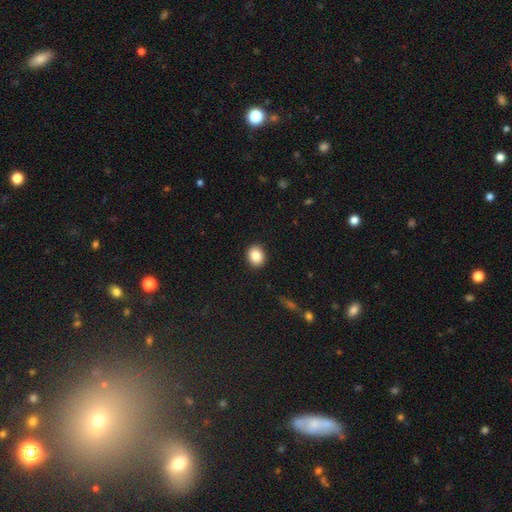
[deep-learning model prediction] This appears to be a smooth galaxy with no disk features (86%) that is round (62%). Merging: none (91%).